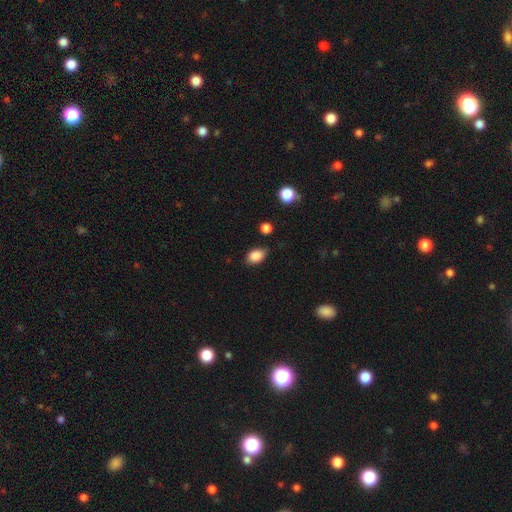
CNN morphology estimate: Smooth or featured? smooth (88%)
How rounded? in between (84%)
Merging? none (76%)